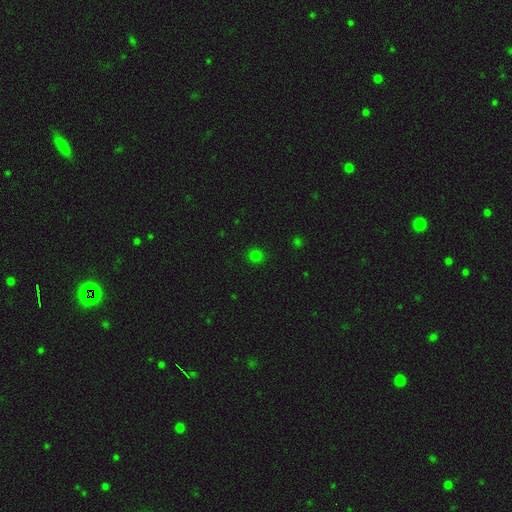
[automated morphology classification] Smooth or featured? Predicted: smooth (p=0.78). How rounded? Predicted: round (p=0.90). Merging? Predicted: none (p=0.91).